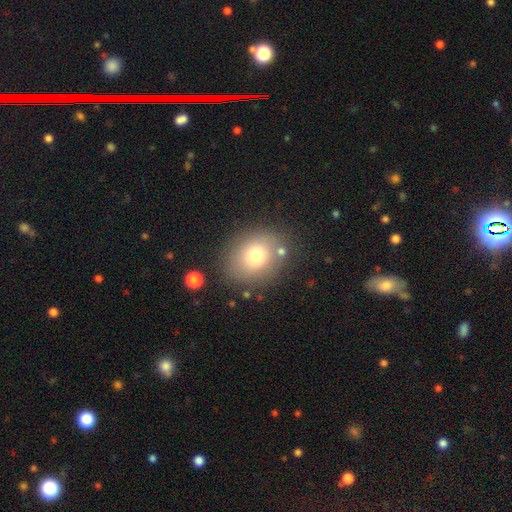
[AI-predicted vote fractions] Smooth or featured: smooth — 75% (featured or disk — 14%)
How rounded: round — 54% (in between — 45%)
Merging: none — 78% (minor disturbance — 12%)